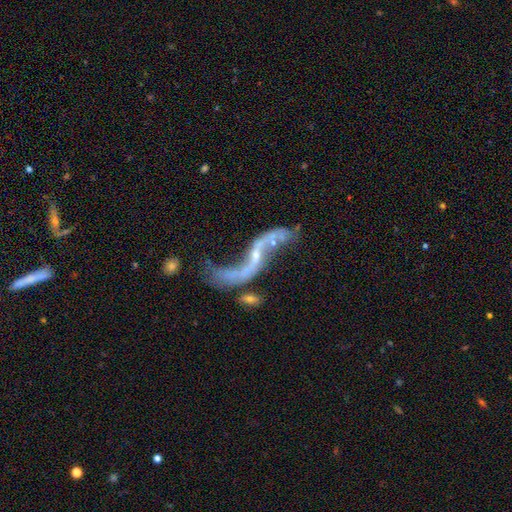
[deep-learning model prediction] smooth_or_featured: featured or disk (p=0.84) [alt: star or artifact p=0.09]
disk_edge_on: no (p=0.86) [alt: yes p=0.14]
bar: no (p=0.50) [alt: weak p=0.32]
has_spiral_arms: yes (p=0.85) [alt: no p=0.15]
spiral_winding: loose (p=0.94) [alt: medium p=0.04]
spiral_arm_count: 2 (p=0.88) [alt: 1 p=0.06]
bulge_size: small (p=0.60) [alt: none p=0.23]
merging: none (p=0.39) [alt: major disturbance p=0.23]